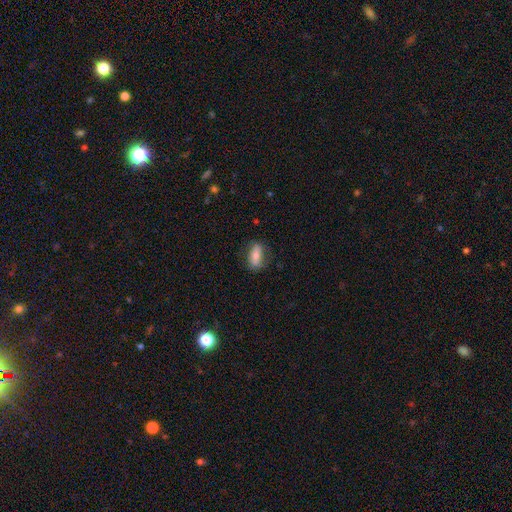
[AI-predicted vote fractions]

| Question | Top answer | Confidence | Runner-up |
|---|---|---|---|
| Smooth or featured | smooth | 69% | featured or disk (24%) |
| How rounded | in between | 80% | cigar-shaped (14%) |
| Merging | none | 75% | minor disturbance (18%) |